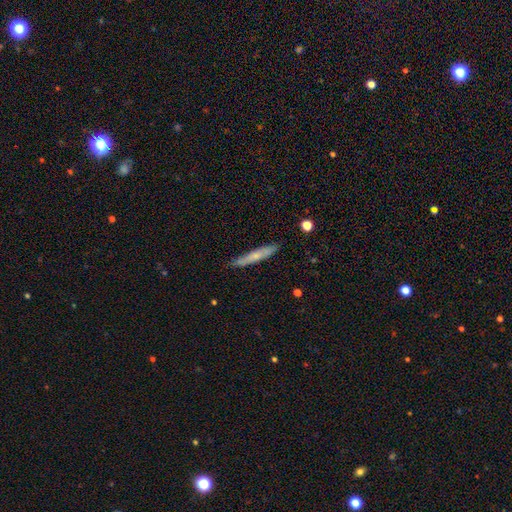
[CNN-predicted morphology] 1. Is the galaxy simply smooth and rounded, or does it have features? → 57% smooth, 37% featured or disk, 6% star or artifact.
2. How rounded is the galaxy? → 94% cigar-shaped, 5% in between, 1% round.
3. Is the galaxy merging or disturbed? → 83% none, 13% minor disturbance, 2% major disturbance, 1% merger.